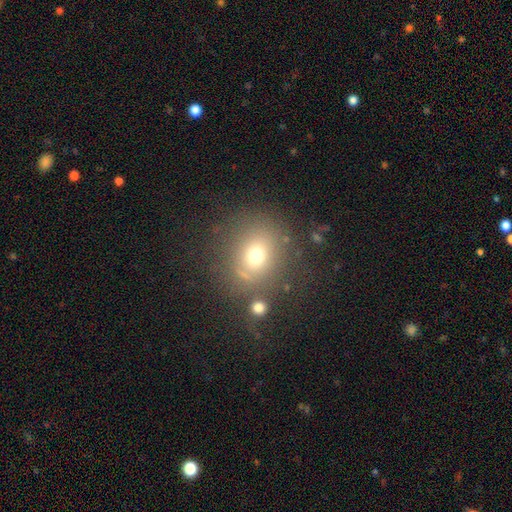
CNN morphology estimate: Smooth or featured? Predicted: smooth (p=0.68). How rounded? Predicted: round (p=0.71). Merging? Predicted: none (p=0.72).